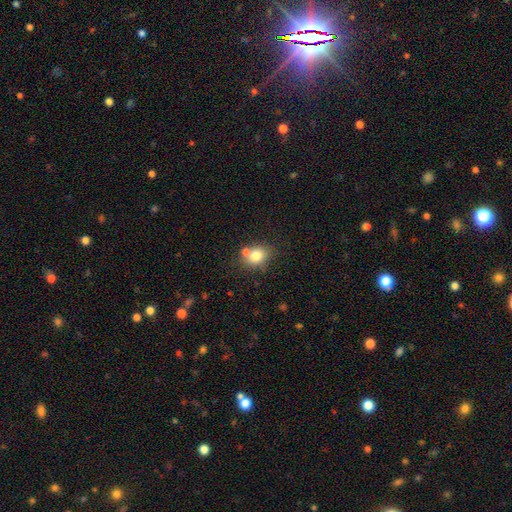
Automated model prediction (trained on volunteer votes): Overall: smooth (77%). How rounded: round (62%; in between 37%). Merging: none (59%; merger 25%).